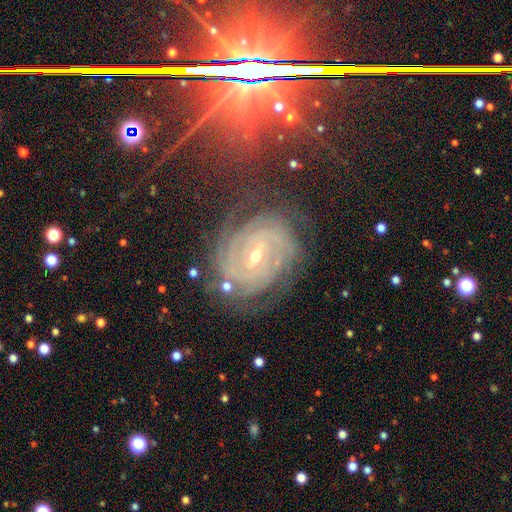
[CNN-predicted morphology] Smooth or featured?
  - featured or disk: 89% *
  - star or artifact: 7%
  - smooth: 4%
Edge-on disk?
  - no: 97% *
  - yes: 3%
Bar?
  - weak: 51% *
  - strong: 32%
  - no: 17%
Spiral arms?
  - yes: 98% *
  - no: 2%
Spiral winding?
  - tight: 84% *
  - medium: 14%
  - loose: 3%
Spiral arm count?
  - 4: 26% *
  - can't tell: 24%
  - 3: 18%
  - 2: 15%
  - more than 4: 11%
  - 1: 7%
Bulge size?
  - small: 57% *
  - moderate: 40%
  - large: 1%
  - none: 1%
  - dominant: 1%
Merging?
  - none: 74% *
  - minor disturbance: 16%
  - major disturbance: 7%
  - merger: 3%